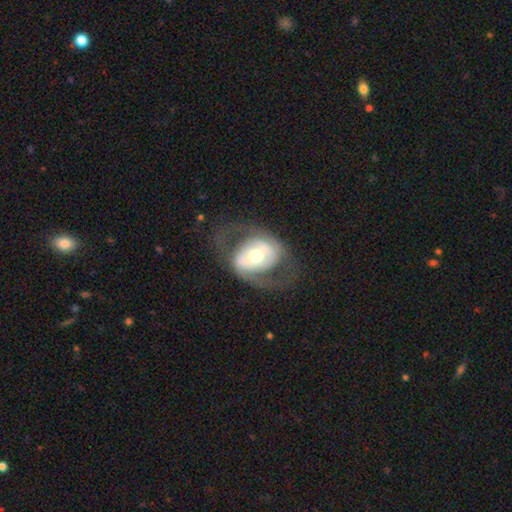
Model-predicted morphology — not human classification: This is likely a featured or disk galaxy (73%). It is clearly not viewed edge-on (94%). Bar: marginally no (42%). Spiral arm pattern: likely yes (62%). Central bulge: likely moderate (67%). Merging: likely none (63%).